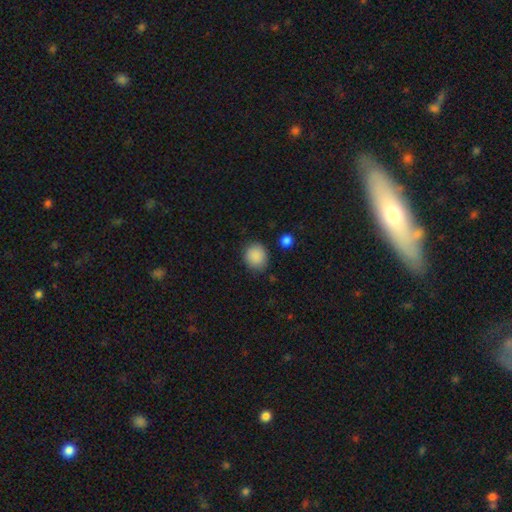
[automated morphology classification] Smooth or featured?
  - smooth: 89% *
  - star or artifact: 8%
  - featured or disk: 3%
How rounded?
  - round: 79% *
  - in between: 20%
  - cigar-shaped: 1%
Merging?
  - none: 82% *
  - minor disturbance: 12%
  - major disturbance: 3%
  - merger: 2%